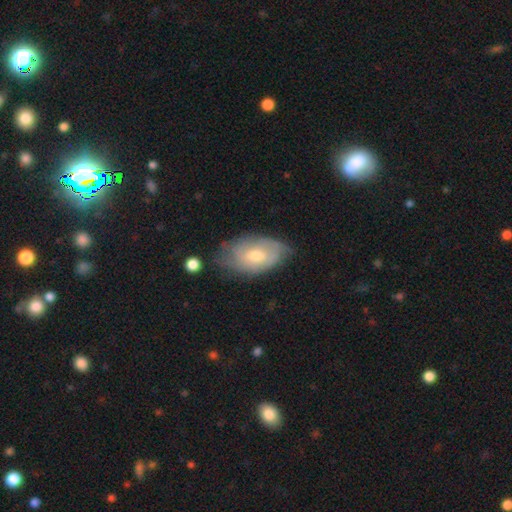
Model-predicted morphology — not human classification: smooth_or_featured: featured or disk (p=0.53) [alt: smooth p=0.40]
disk_edge_on: no (p=0.93) [alt: yes p=0.07]
merging: none (p=0.62) [alt: minor disturbance p=0.29]